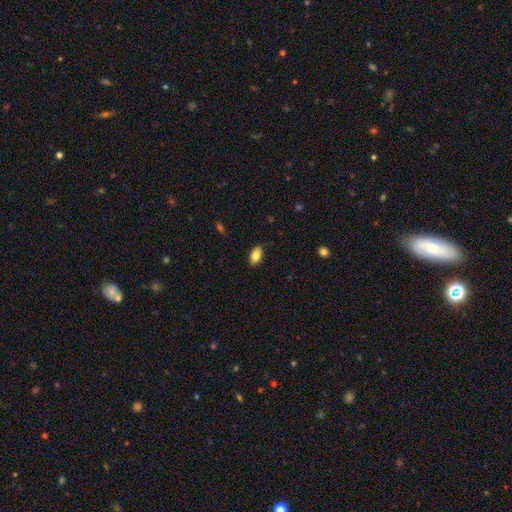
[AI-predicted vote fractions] Morphology: type=smooth (83%); roundness=in between (93%); merging=none (86%).